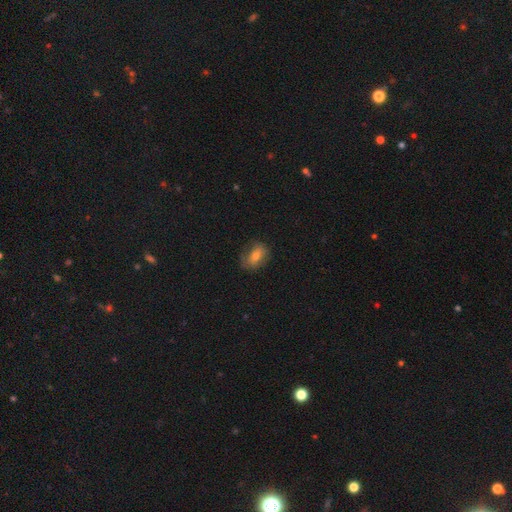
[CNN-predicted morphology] The model was most divided on "smooth or featured": smooth: 68%, featured or disk: 22%, star or artifact: 9%. More confident: how rounded — in between (73%); merging — none (69%).